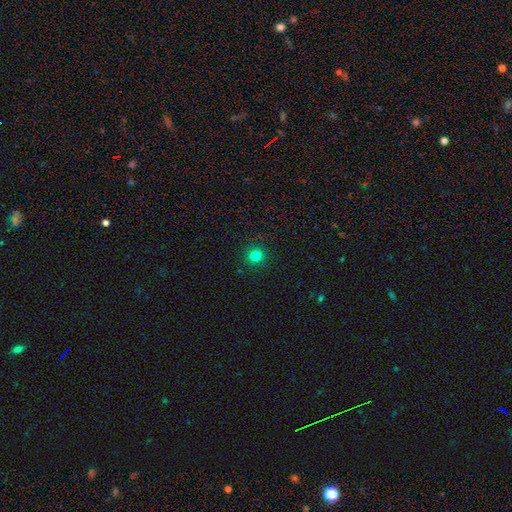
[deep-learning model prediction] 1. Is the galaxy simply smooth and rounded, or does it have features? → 81% smooth, 14% star or artifact, 5% featured or disk.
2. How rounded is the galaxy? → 93% round, 6% in between, 1% cigar-shaped.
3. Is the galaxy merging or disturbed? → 92% none, 5% minor disturbance, 2% major disturbance, 1% merger.